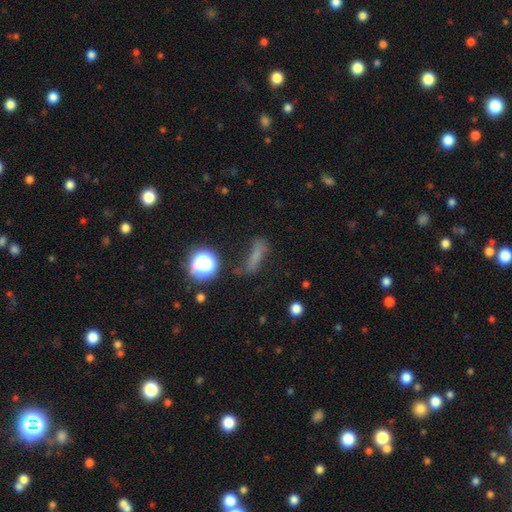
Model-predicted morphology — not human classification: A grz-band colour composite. It shows a smooth galaxy with no disk features (60%) that is cigar-shaped (54%). Merging: none (52%).